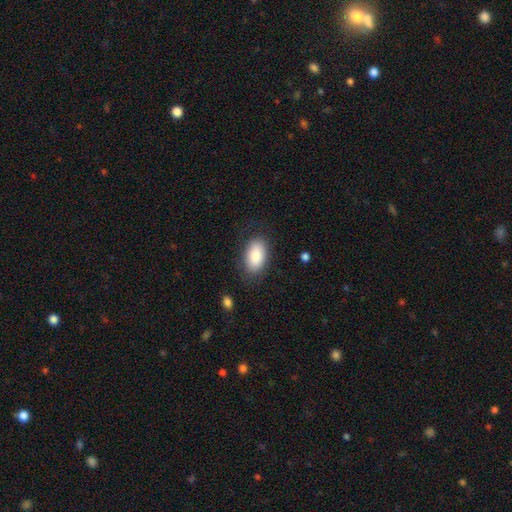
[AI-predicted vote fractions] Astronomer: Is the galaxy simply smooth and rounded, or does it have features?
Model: smooth — 86%.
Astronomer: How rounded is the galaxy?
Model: in between — 94%.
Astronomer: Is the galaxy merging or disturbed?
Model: none — 80%.